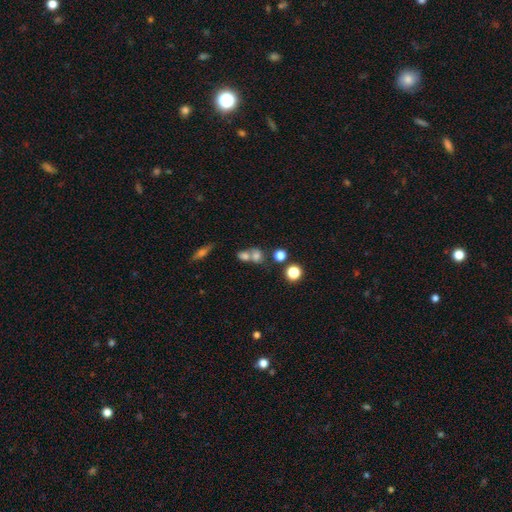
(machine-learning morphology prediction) Overall: smooth (71%). How rounded: round (67%; in between 31%). Merging: merger (52%; none 36%).